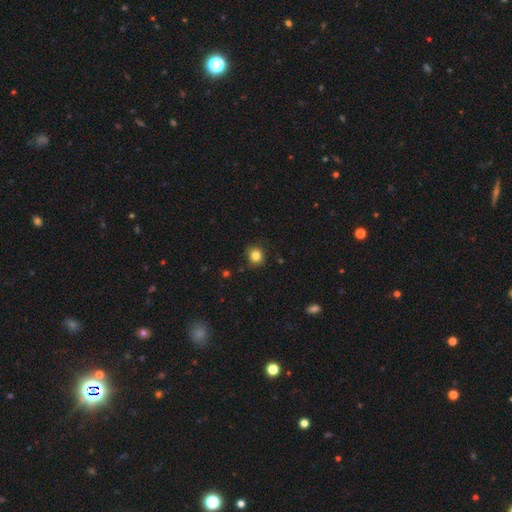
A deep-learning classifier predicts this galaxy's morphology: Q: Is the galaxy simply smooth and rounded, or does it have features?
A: smooth — 83%.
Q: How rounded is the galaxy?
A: round — 85%.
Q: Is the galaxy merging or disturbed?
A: none — 84%.